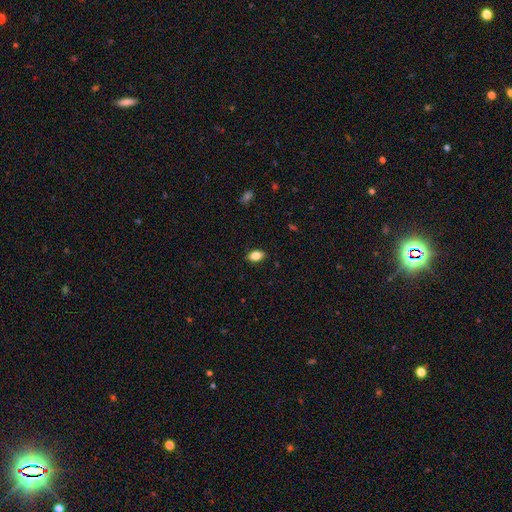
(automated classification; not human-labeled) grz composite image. It shows a smooth galaxy with no disk features (83%) that is in between round and cigar-shaped (87%). Merging: none (87%).